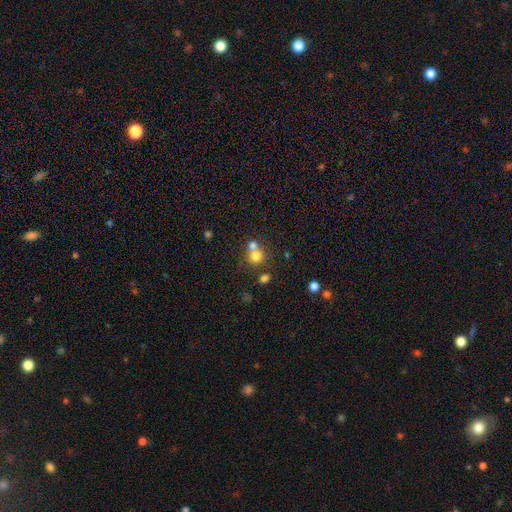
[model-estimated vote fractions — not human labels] Smooth or featured?
  - smooth: 75% *
  - star or artifact: 14%
  - featured or disk: 11%
How rounded?
  - round: 86% *
  - in between: 13%
  - cigar-shaped: 1%
Merging?
  - none: 48% *
  - merger: 42%
  - minor disturbance: 7%
  - major disturbance: 3%